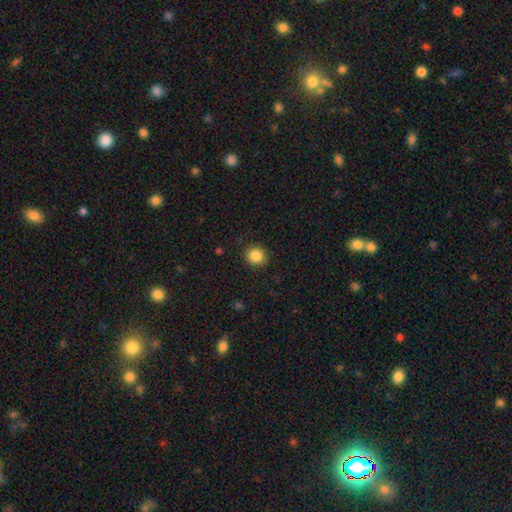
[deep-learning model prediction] Morphology: type=smooth (86%); roundness=round (89%); merging=none (89%).